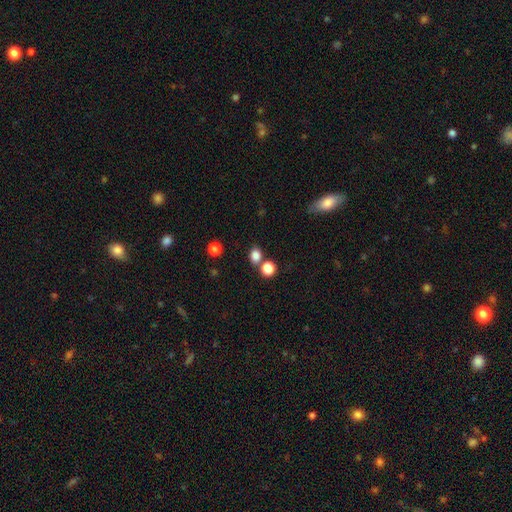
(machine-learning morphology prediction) smooth_or_featured: smooth (p=0.82) [alt: star or artifact p=0.13]
how_rounded: round (p=0.57) [alt: in between p=0.41]
merging: none (p=0.66) [alt: merger p=0.22]